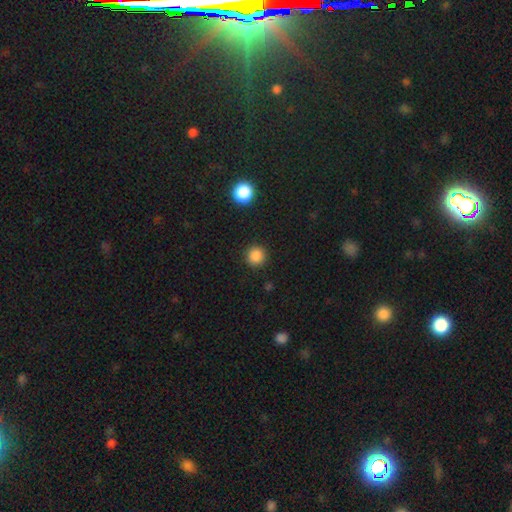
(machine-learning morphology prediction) The model was most divided on "smooth or featured": smooth: 85%, star or artifact: 12%, featured or disk: 3%. More confident: how rounded — round (95%); merging — none (91%).